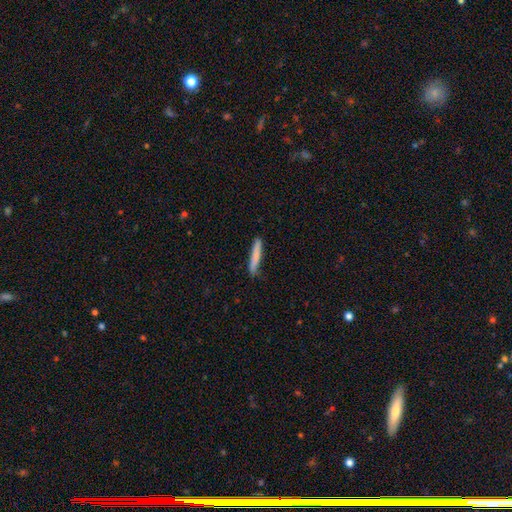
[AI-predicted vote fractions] A smooth galaxy with no disk features (78%) that is cigar-shaped (94%).

Vote fractions:
- Smooth or featured? smooth: 78% / featured or disk: 16% / star or artifact: 6%
- How rounded? cigar-shaped: 94% / in between: 5% / round: 1%
- Merging? none: 84% / minor disturbance: 13% / major disturbance: 2% / merger: 1%